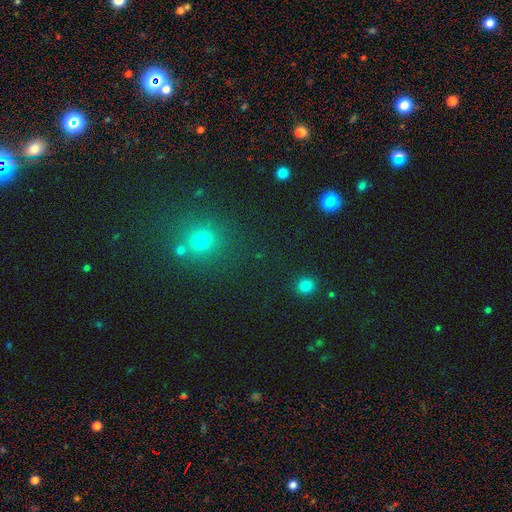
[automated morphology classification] This is possibly a smooth galaxy (49%). Merging: clearly none (84%).